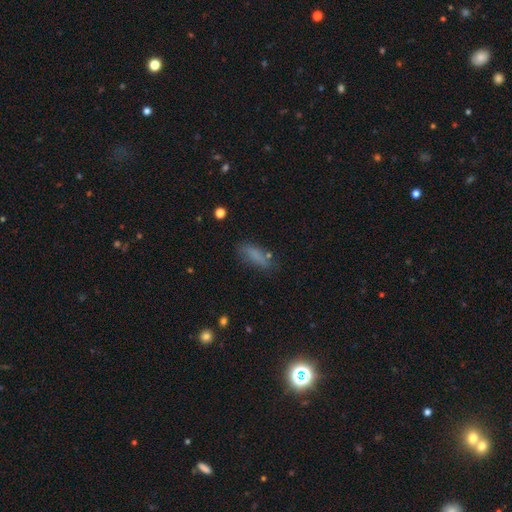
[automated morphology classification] Overall: smooth (76%). How rounded: in between (51%; cigar-shaped 47%). Merging: none (68%).